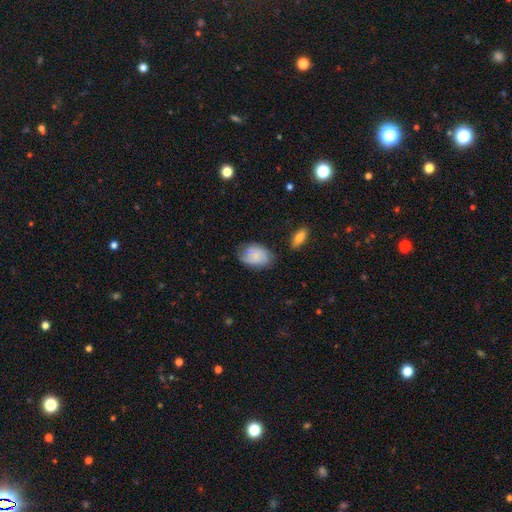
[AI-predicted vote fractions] Morphology: type=smooth (64%); roundness=in between (83%); merging=none (60%).